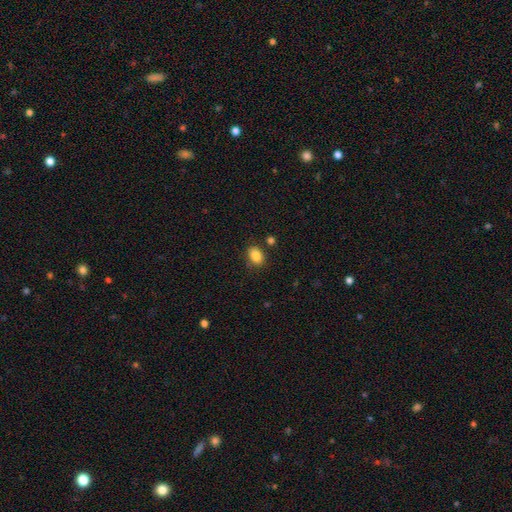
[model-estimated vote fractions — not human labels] smooth_or_featured: smooth (p=0.86) [alt: star or artifact p=0.09]
how_rounded: in between (p=0.78) [alt: round p=0.21]
merging: none (p=0.80) [alt: minor disturbance p=0.12]